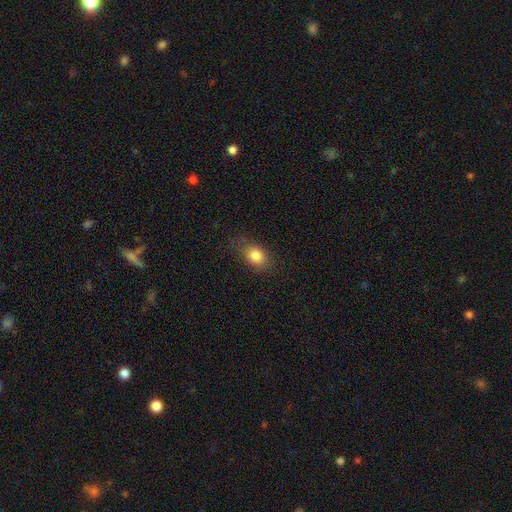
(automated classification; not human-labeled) smooth_or_featured: smooth (p=0.82) [alt: star or artifact p=0.10]
how_rounded: in between (p=0.68) [alt: round p=0.31]
merging: none (p=0.74) [alt: minor disturbance p=0.18]